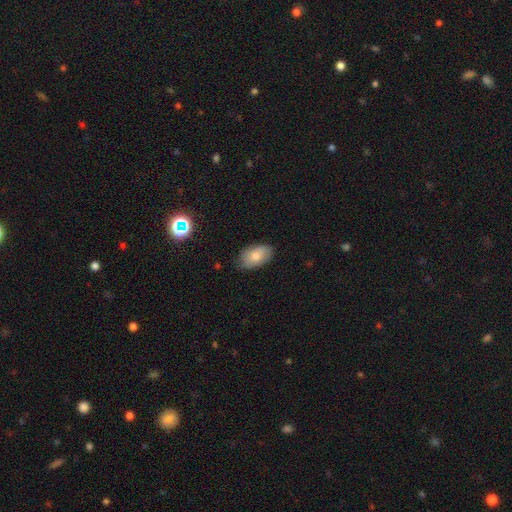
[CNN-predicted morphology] This is likely a smooth galaxy (77%). How rounded: clearly in between (93%). Merging: likely none (76%).